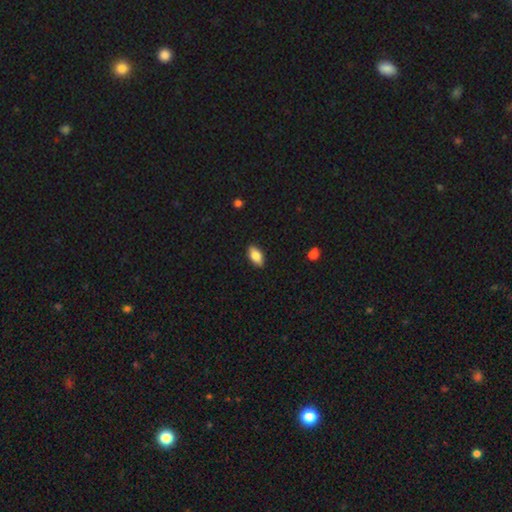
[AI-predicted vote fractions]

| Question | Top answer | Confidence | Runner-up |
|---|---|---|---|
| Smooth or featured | smooth | 82% | featured or disk (11%) |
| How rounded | in between | 90% | cigar-shaped (6%) |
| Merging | none | 88% | minor disturbance (9%) |